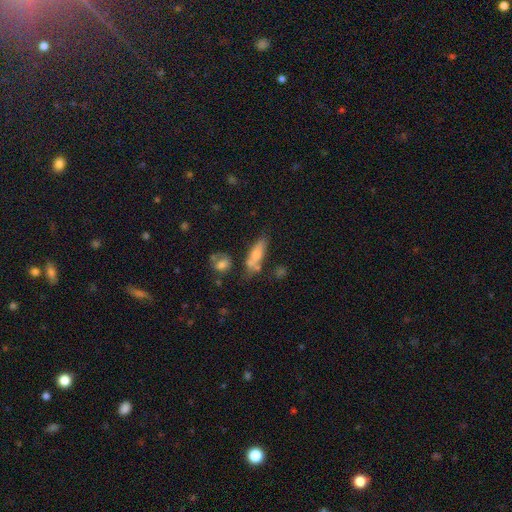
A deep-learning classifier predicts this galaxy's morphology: Smooth or featured? smooth (68%)
How rounded? in between (50%)
Merging? none (47%)